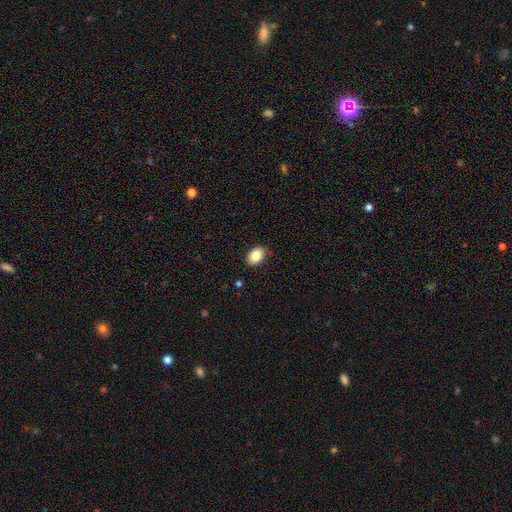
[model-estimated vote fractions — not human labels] This is clearly a smooth galaxy (85%). How rounded: likely in between (77%). Merging: clearly none (87%).